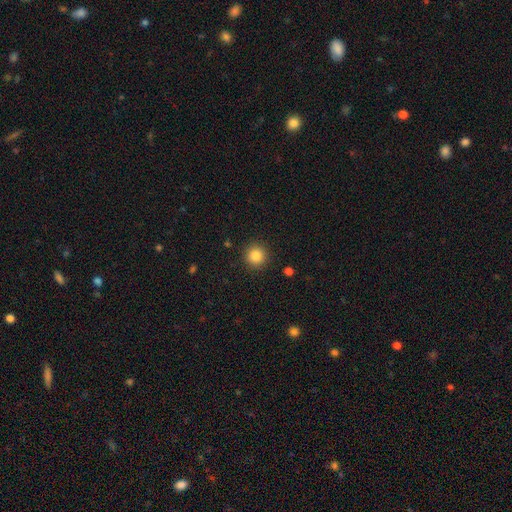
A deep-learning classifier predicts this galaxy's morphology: Smooth or featured?
  - smooth: 84% *
  - star or artifact: 11%
  - featured or disk: 5%
How rounded?
  - round: 94% *
  - in between: 5%
  - cigar-shaped: 1%
Merging?
  - none: 91% *
  - minor disturbance: 5%
  - major disturbance: 2%
  - merger: 1%